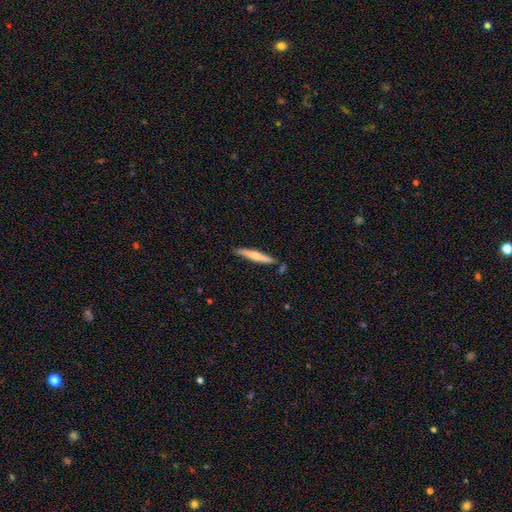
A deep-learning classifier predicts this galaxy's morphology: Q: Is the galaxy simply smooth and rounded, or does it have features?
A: smooth — 58%.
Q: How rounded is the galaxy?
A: cigar-shaped — 94%.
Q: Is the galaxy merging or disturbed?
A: none — 81%.